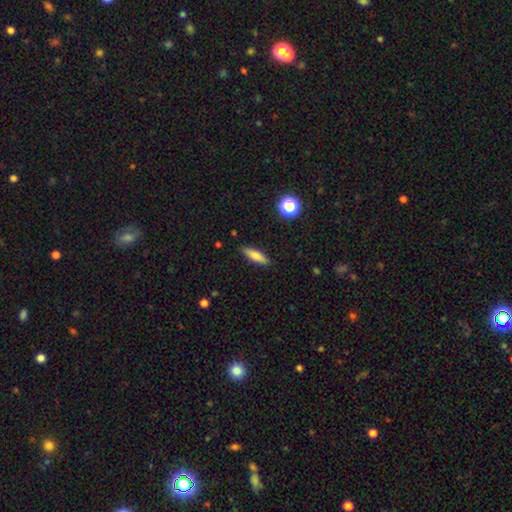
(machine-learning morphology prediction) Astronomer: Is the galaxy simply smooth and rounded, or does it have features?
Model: smooth — 74%.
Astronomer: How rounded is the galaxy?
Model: cigar-shaped — 64%.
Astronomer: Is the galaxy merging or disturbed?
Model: none — 87%.